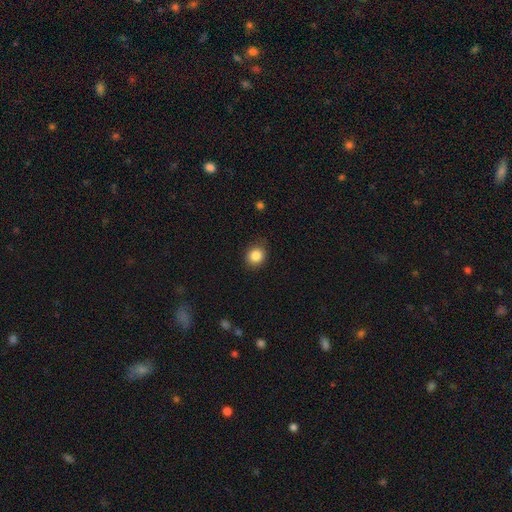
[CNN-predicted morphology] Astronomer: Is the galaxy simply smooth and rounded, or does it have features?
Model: smooth — 85%.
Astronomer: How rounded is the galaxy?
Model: round — 71%.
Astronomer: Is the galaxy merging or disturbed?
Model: none — 82%.